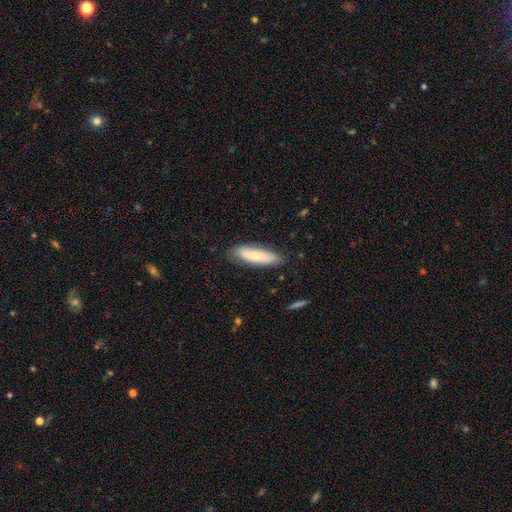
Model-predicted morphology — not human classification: type=smooth (72%); roundness=cigar-shaped (61%); merging=none (82%).